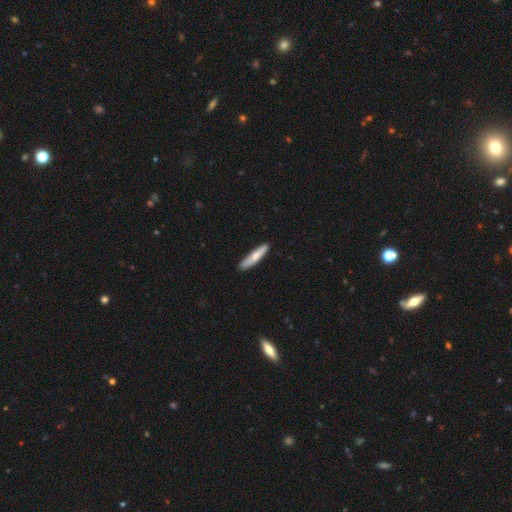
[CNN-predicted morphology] Smooth or featured: smooth — 69% (featured or disk — 26%)
How rounded: cigar-shaped — 87% (in between — 12%)
Merging: none — 86% (minor disturbance — 11%)